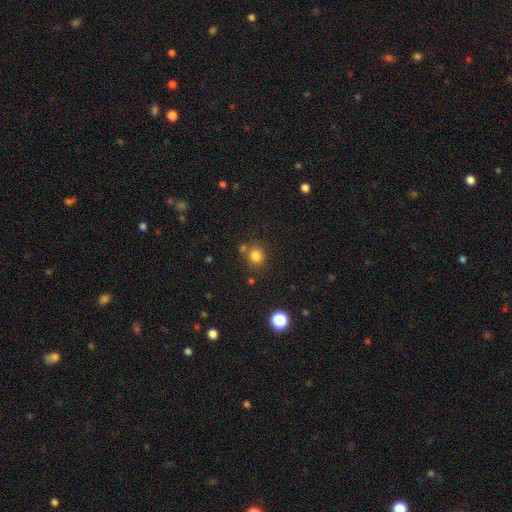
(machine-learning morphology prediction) This is clearly a smooth galaxy (81%). How rounded: clearly round (86%). Merging: likely none (76%).